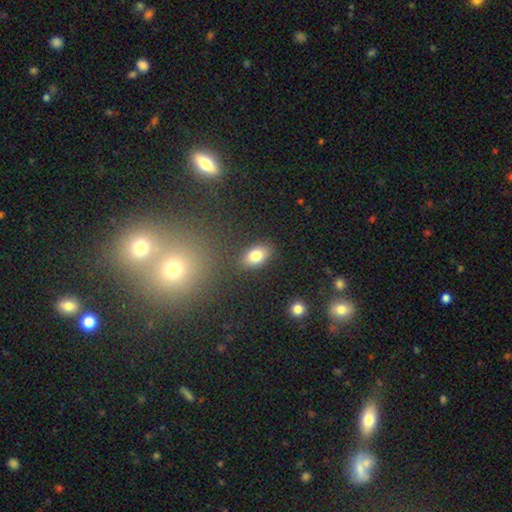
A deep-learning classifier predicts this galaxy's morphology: A smooth galaxy with no disk features (82%) that is in between round and cigar-shaped (87%).

Vote fractions:
- Smooth or featured? smooth: 82% / star or artifact: 9% / featured or disk: 8%
- How rounded? in between: 87% / round: 11% / cigar-shaped: 2%
- Merging? none: 85% / minor disturbance: 10% / major disturbance: 3% / merger: 3%